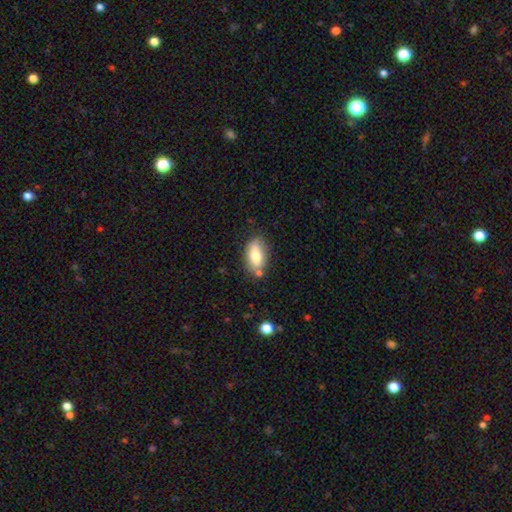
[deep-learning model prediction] Smooth or featured? Predicted: smooth (p=0.73). How rounded? Predicted: in between (p=0.87). Merging? Predicted: none (p=0.71).